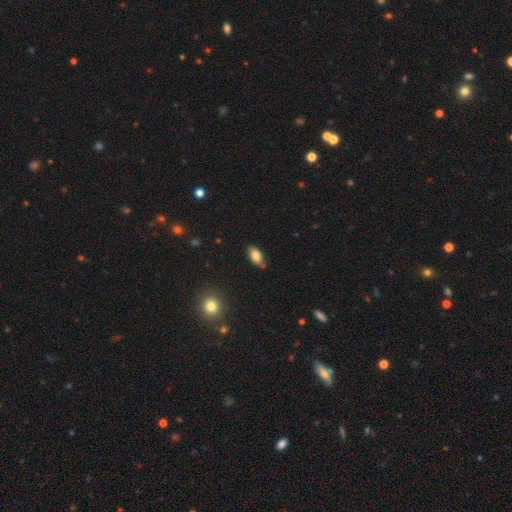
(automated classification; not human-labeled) The model was most divided on "merging": none: 75%, minor disturbance: 18%, merger: 3%, major disturbance: 3%. More confident: how rounded — in between (91%); smooth or featured — smooth (82%).